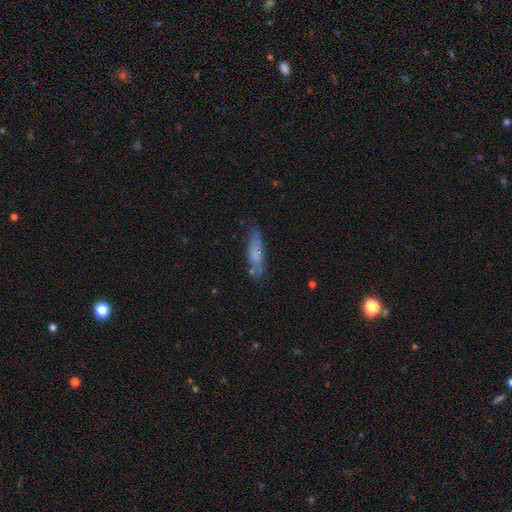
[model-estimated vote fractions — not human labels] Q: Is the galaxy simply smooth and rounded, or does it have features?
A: smooth — 64%.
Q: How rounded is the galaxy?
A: cigar-shaped — 69%.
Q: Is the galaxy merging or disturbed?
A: none — 62%.